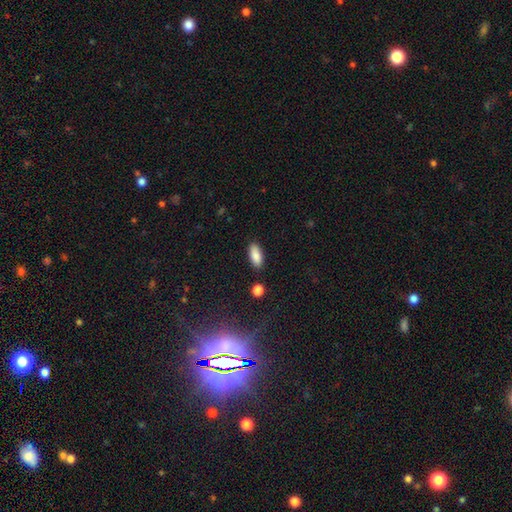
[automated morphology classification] type=smooth (87%); roundness=in between (81%); merging=none (86%).